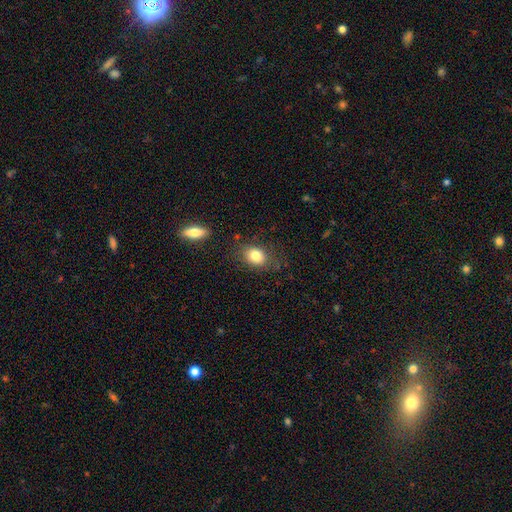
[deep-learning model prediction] smooth 82%, star or artifact 9%, featured or disk 9%. Down the decision tree: how rounded — in between (64%); merging — none (77%).